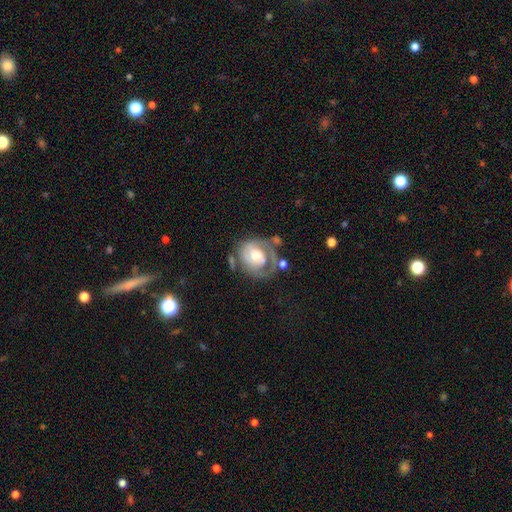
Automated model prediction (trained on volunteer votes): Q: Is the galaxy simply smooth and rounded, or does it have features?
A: featured or disk — 71%.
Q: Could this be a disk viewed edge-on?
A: no — 97%.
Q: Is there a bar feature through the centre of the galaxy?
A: no — 60%.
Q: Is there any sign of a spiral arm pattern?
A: yes — 77%.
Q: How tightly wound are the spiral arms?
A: tight — 57%.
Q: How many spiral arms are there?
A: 2 — 35%.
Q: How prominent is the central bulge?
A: moderate — 59%.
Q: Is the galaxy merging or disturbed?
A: none — 42%.